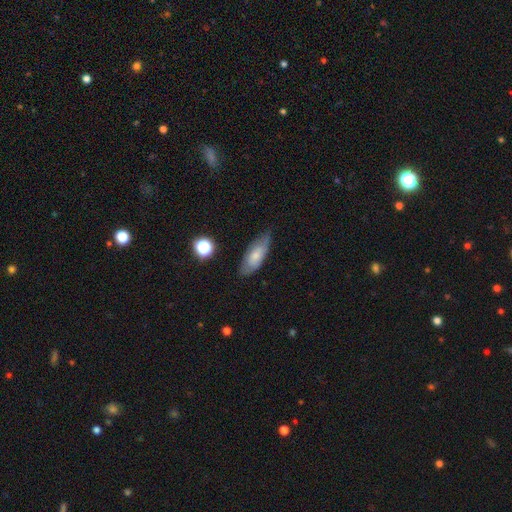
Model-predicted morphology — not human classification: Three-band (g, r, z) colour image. It shows a smooth galaxy with no disk features (64%) that is in between round and cigar-shaped (78%). Merging: none (66%).